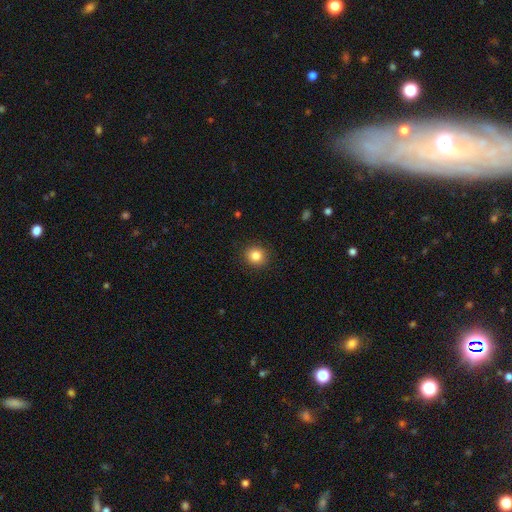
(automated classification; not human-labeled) Smooth or featured?
  - smooth: 84% *
  - star or artifact: 11%
  - featured or disk: 5%
How rounded?
  - round: 87% *
  - in between: 12%
  - cigar-shaped: 1%
Merging?
  - none: 91% *
  - minor disturbance: 6%
  - major disturbance: 2%
  - merger: 1%